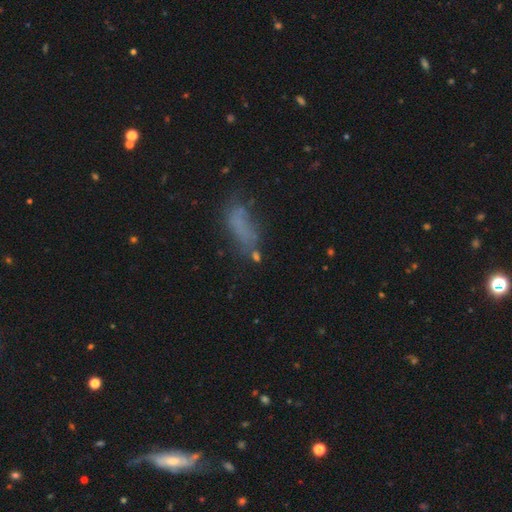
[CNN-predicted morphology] Q: Smooth or featured?
A: smooth (55%); runner-up: featured or disk (26%)
Q: How rounded?
A: in between (69%); runner-up: cigar-shaped (27%)
Q: Merging?
A: none (44%); runner-up: major disturbance (23%)